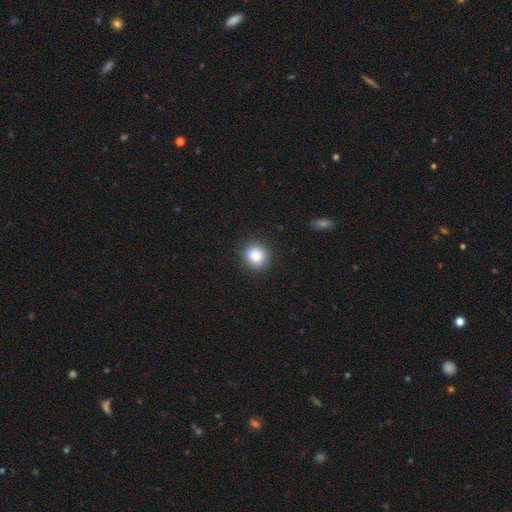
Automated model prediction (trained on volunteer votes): A smooth galaxy with no disk features (84%) that is round (85%). Merging: none (86%).